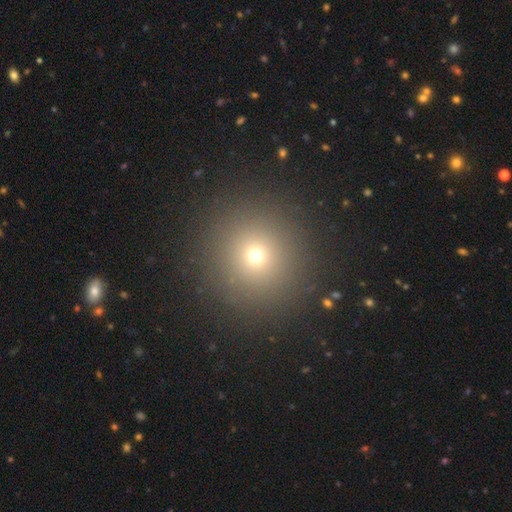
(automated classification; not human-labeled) This is likely a smooth galaxy (68%). How rounded: clearly round (95%). Merging: clearly none (90%).